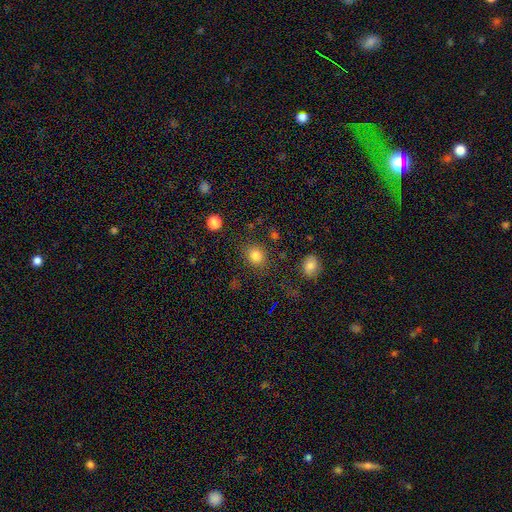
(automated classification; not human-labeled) This is clearly a smooth galaxy (83%). How rounded: likely round (70%). Merging: clearly none (81%).